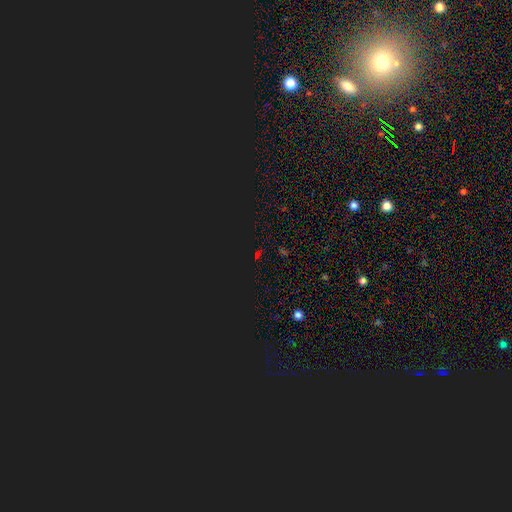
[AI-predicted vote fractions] This is likely a star or artifact rather than a galaxy (76%).